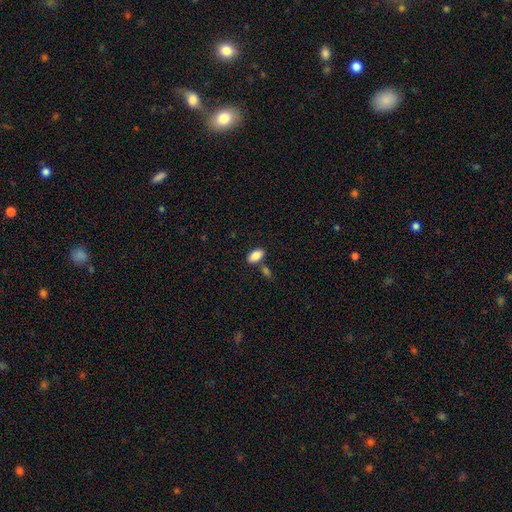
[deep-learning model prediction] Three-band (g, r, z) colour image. It shows a smooth galaxy with no disk features (88%) that is in between round and cigar-shaped (93%). Merging: none (74%).